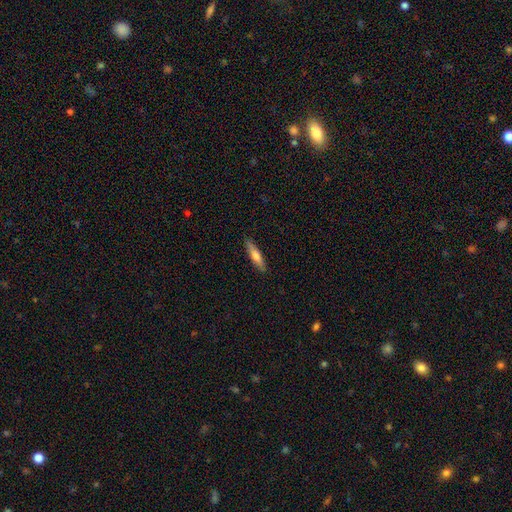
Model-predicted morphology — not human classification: smooth_or_featured: smooth (p=0.61) [alt: featured or disk p=0.33]
how_rounded: cigar-shaped (p=0.81) [alt: in between p=0.17]
merging: none (p=0.89) [alt: minor disturbance p=0.08]